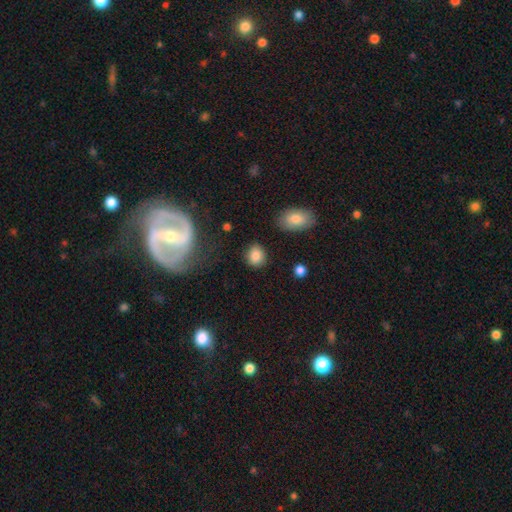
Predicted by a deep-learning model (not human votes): Smooth or featured? Predicted: smooth (p=0.85). How rounded? Predicted: round (p=0.58). Merging? Predicted: none (p=0.85).